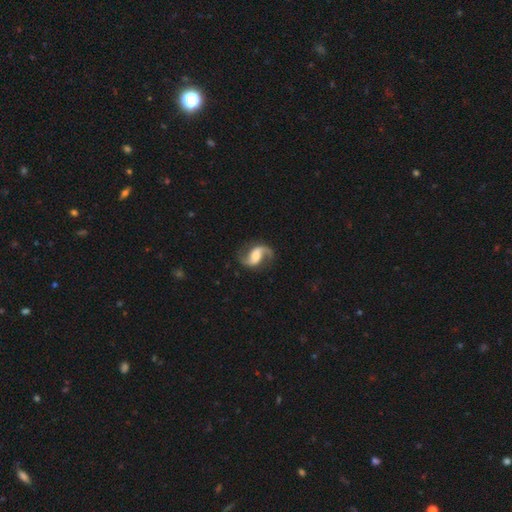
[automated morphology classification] type=featured or disk (89%); edge-on=no (98%); bar=no (38%, tied with weak); spiral arms=yes (97%); winding=loose (57%); arm count=2 (92%); bulge=moderate (60%); merging=none (79%).